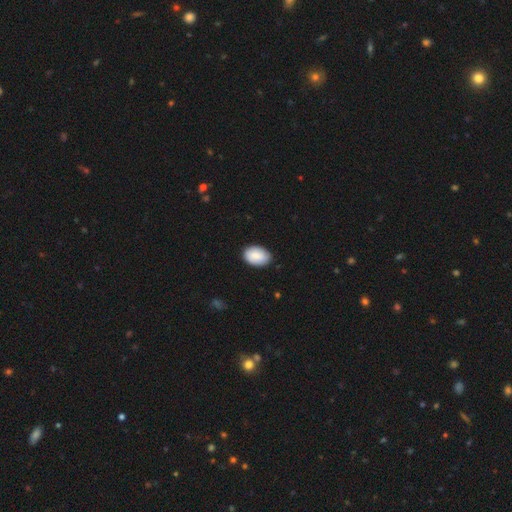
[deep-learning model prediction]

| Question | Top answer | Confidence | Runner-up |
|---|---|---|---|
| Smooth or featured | smooth | 85% | featured or disk (9%) |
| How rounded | in between | 86% | round (13%) |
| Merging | none | 82% | minor disturbance (14%) |